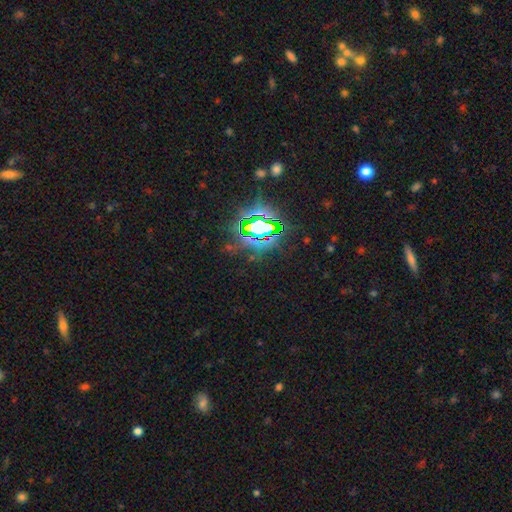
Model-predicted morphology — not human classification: Smooth or featured?
  - star or artifact: 79% *
  - smooth: 12%
  - featured or disk: 9%